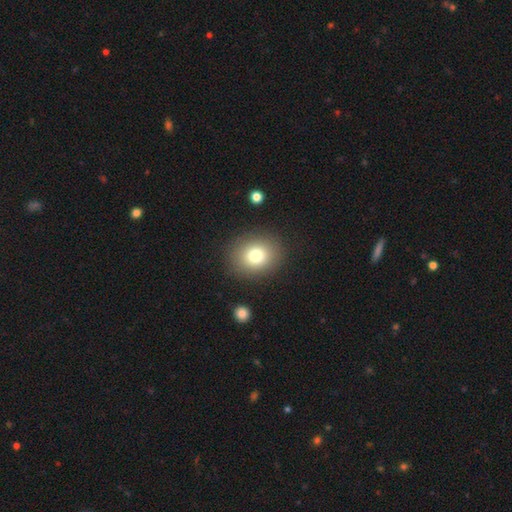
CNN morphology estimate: This appears to be a smooth galaxy with no disk features (78%) that is round (65%). Merging: none (88%).